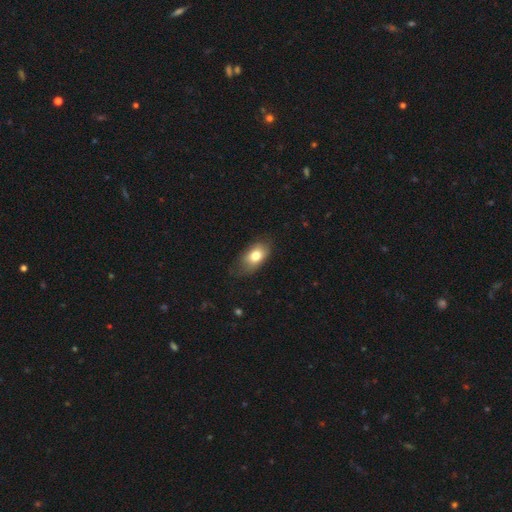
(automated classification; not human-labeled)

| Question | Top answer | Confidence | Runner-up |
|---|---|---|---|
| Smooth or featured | smooth | 77% | featured or disk (15%) |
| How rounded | in between | 88% | round (9%) |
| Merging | none | 63% | minor disturbance (28%) |